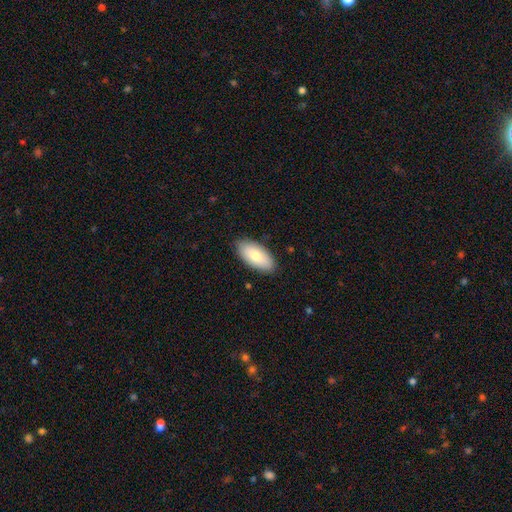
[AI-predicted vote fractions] A smooth galaxy with no disk features (77%) that is in between round and cigar-shaped (93%). Merging: none (87%).